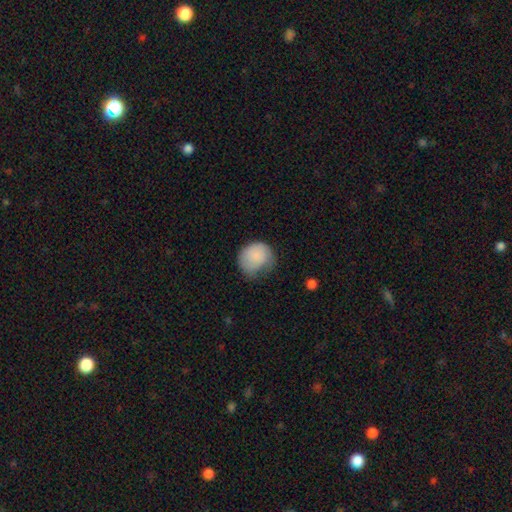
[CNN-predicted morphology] Smooth or featured: smooth — 82% (featured or disk — 11%)
How rounded: round — 68% (in between — 31%)
Merging: minor disturbance — 42% (none — 36%)